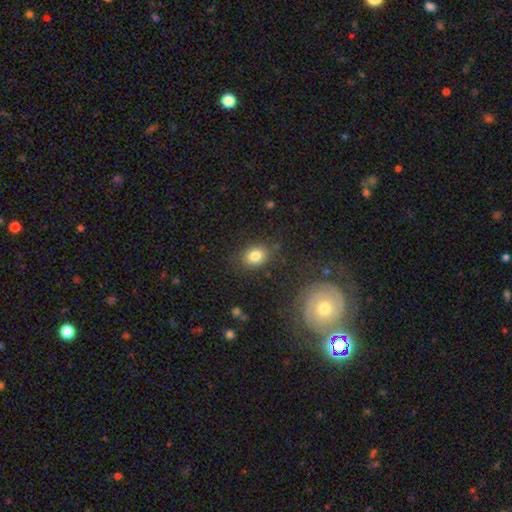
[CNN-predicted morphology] This appears to be a smooth galaxy with no disk features (82%) that is in between round and cigar-shaped (57%). Merging: none (81%).